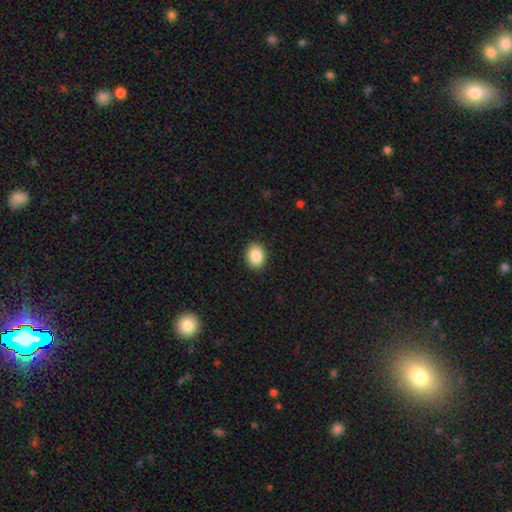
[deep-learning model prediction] The model was most divided on "how rounded": in between: 54%, round: 45%, cigar-shaped: 1%. More confident: merging — none (91%); smooth or featured — smooth (87%).